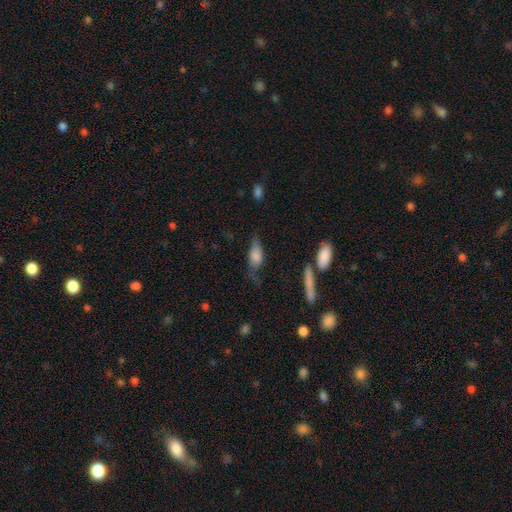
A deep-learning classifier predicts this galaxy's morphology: Overall: smooth (66%; featured or disk 26%). How rounded: in between (78%). Merging: none (38%; minor disturbance 32%).